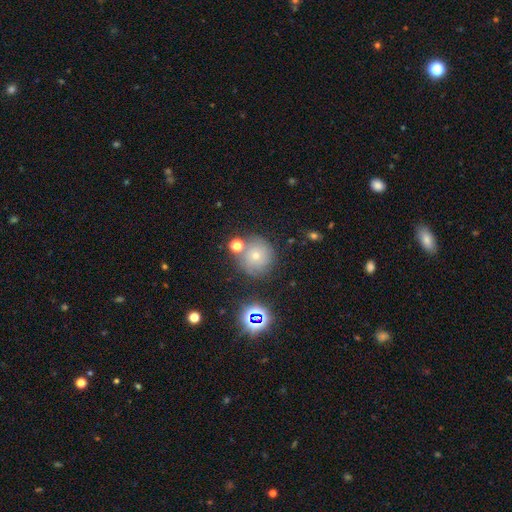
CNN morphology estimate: This appears to be a smooth galaxy with no disk features (53%) that is round (92%). Merging: none (70%).